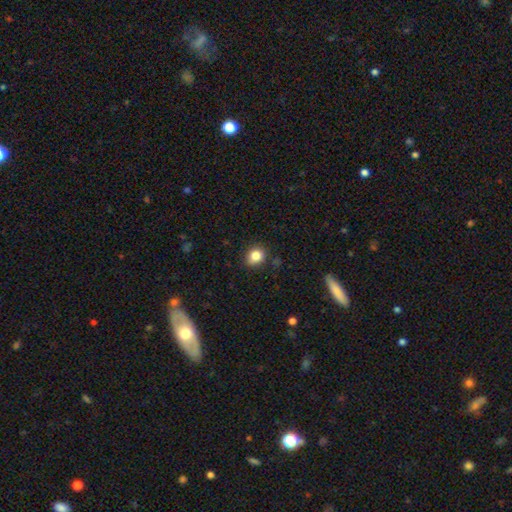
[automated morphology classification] type=smooth (84%); roundness=round (65%); merging=none (84%).